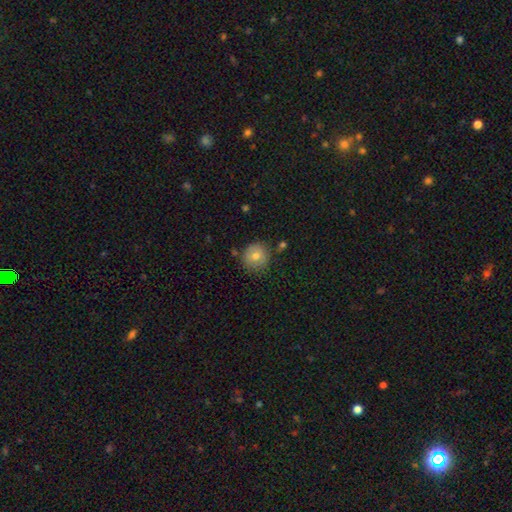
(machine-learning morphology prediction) Q: Smooth or featured?
A: smooth (74%); runner-up: featured or disk (15%)
Q: How rounded?
A: round (92%); runner-up: in between (7%)
Q: Merging?
A: none (80%); runner-up: minor disturbance (14%)